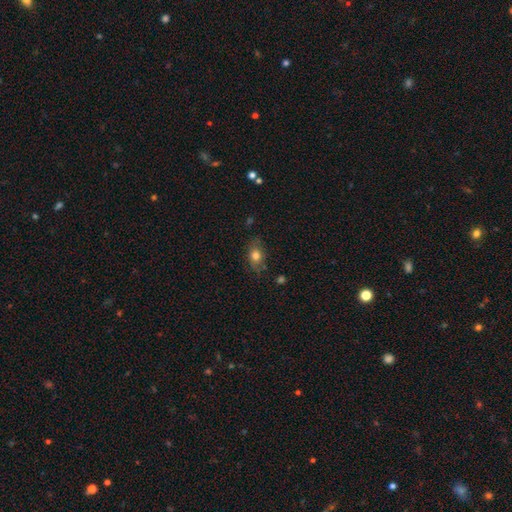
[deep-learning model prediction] This appears to be a smooth galaxy with no disk features (76%) that is in between round and cigar-shaped (72%). Merging: none (73%).